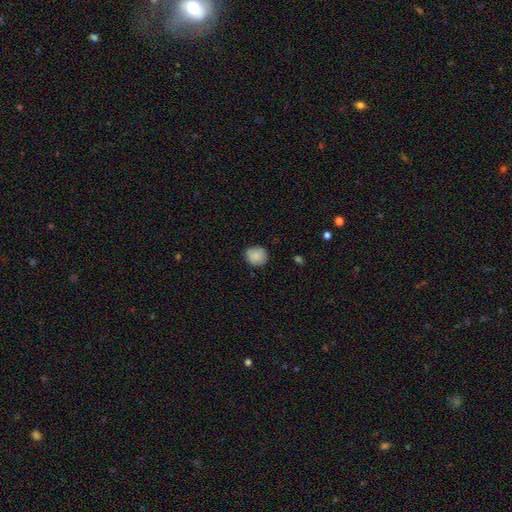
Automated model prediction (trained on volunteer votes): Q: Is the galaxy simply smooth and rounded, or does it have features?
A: smooth — 87%.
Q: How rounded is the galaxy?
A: round — 82%.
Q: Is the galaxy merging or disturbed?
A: none — 83%.